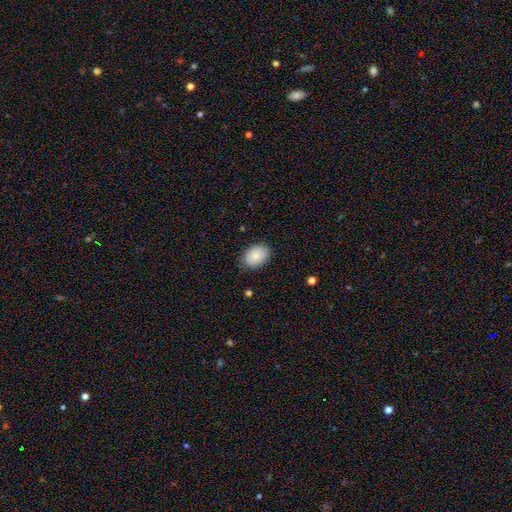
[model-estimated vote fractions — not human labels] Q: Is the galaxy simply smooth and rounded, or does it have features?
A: smooth — 86%.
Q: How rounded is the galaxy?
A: in between — 81%.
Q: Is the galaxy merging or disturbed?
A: none — 84%.